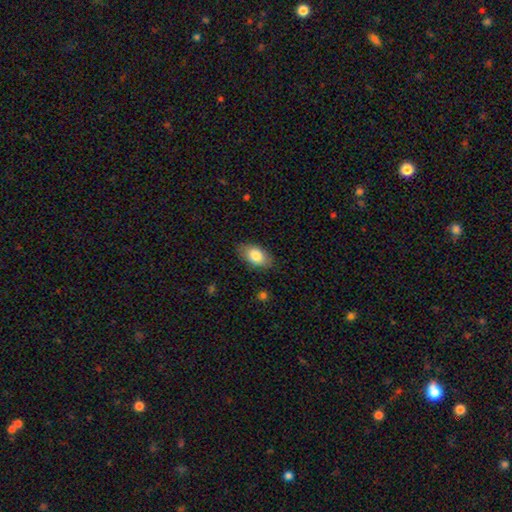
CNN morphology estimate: smooth 82%, featured or disk 11%, star or artifact 7%. Down the decision tree: how rounded — in between (91%); merging — none (84%).